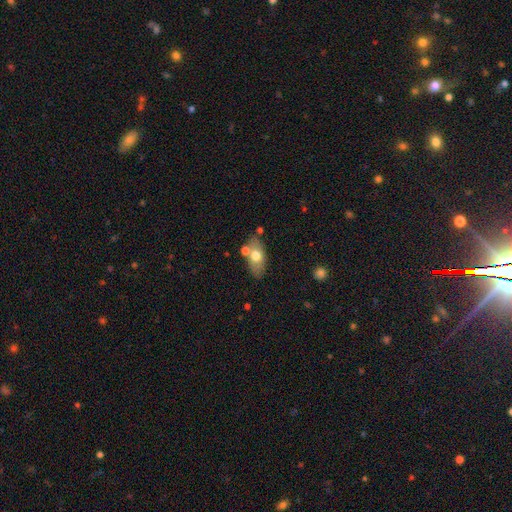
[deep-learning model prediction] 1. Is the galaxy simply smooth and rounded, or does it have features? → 63% smooth, 30% featured or disk, 7% star or artifact.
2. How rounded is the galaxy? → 88% in between, 7% round, 5% cigar-shaped.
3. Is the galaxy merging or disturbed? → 67% none, 15% minor disturbance, 14% merger, 4% major disturbance.